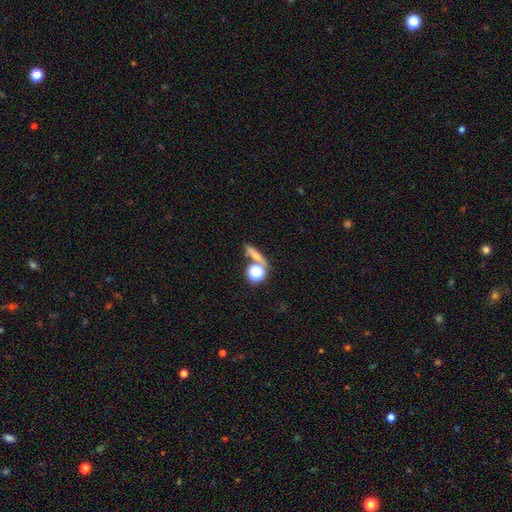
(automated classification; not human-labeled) smooth-or-featured: smooth: 58% | star or artifact: 23% | featured or disk: 19%
  how-rounded: cigar-shaped: 46% | round: 33% | in between: 21%
  merging: none: 65% | merger: 20% | minor disturbance: 10% | major disturbance: 5%